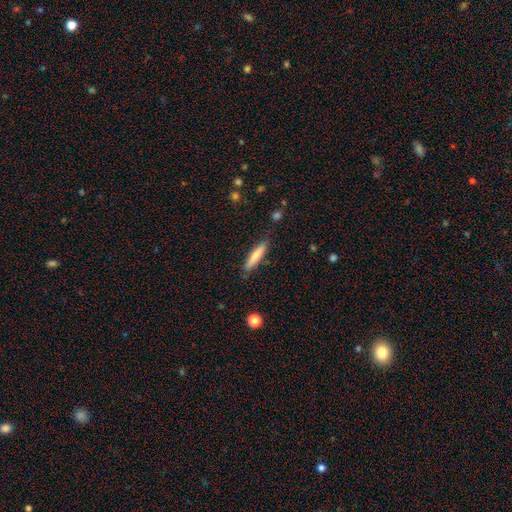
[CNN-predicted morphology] This appears to be a smooth galaxy with no disk features (72%) that is cigar-shaped (87%). Merging: none (85%).